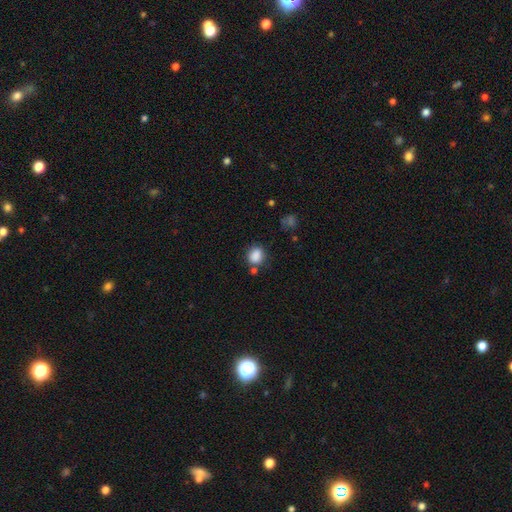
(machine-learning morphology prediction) Smooth or featured: smooth — 86% (star or artifact — 10%)
How rounded: round — 54% (in between — 45%)
Merging: none — 66% (minor disturbance — 18%)